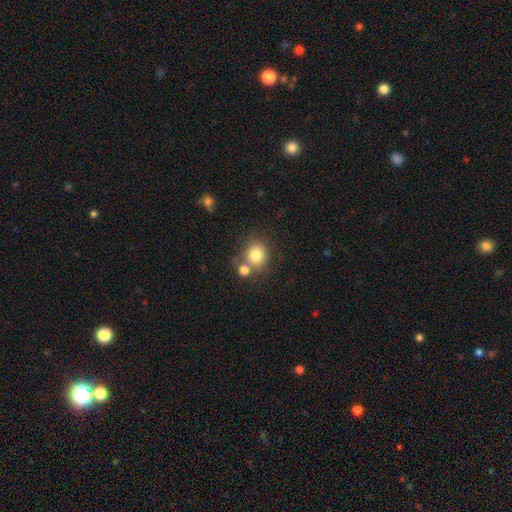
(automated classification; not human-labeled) This appears to be a smooth galaxy with no disk features (79%) that is round (77%). Merging: none (62%).